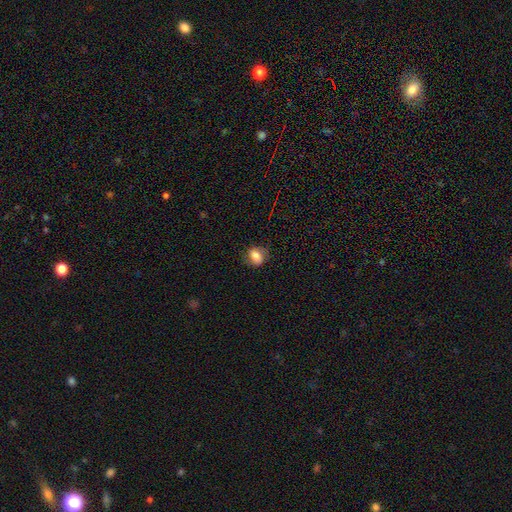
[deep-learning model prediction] This is likely a smooth galaxy (76%). How rounded: possibly in between (55%). Merging: likely none (74%).